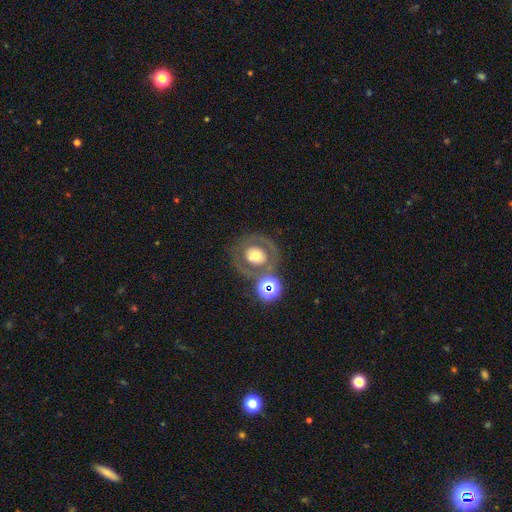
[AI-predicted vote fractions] A featured or disk galaxy (46%).

Vote fractions:
- Smooth or featured? featured or disk: 46% / smooth: 41% / star or artifact: 13%
- Merging? none: 67% / merger: 13% / minor disturbance: 12% / major disturbance: 9%